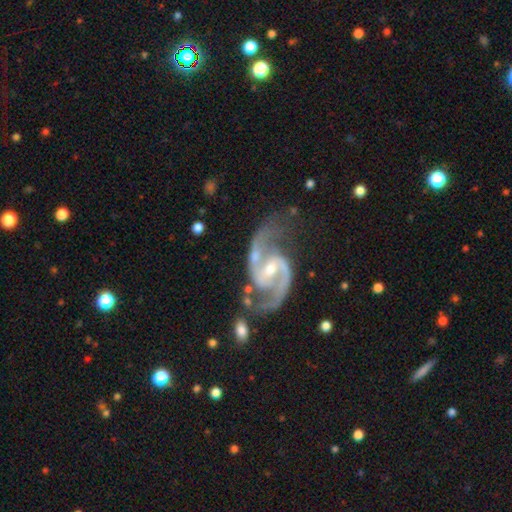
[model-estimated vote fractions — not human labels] featured or disk 93%, star or artifact 4%, smooth 3%. Down the decision tree: edge-on disk — no (98%); bar — weak (50%); spiral arms — yes (98%); spiral arm count — 2 (94%); spiral winding — medium (57%); bulge size — small (51%); merging — none (61%).